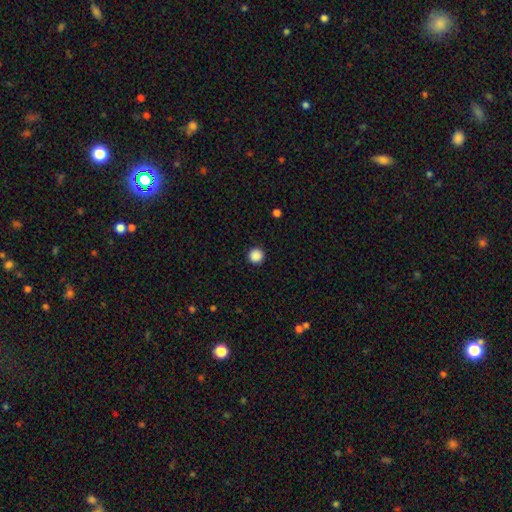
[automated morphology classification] smooth_or_featured: smooth (p=0.88) [alt: star or artifact p=0.10]
how_rounded: round (p=0.95) [alt: in between p=0.04]
merging: none (p=0.93) [alt: minor disturbance p=0.05]